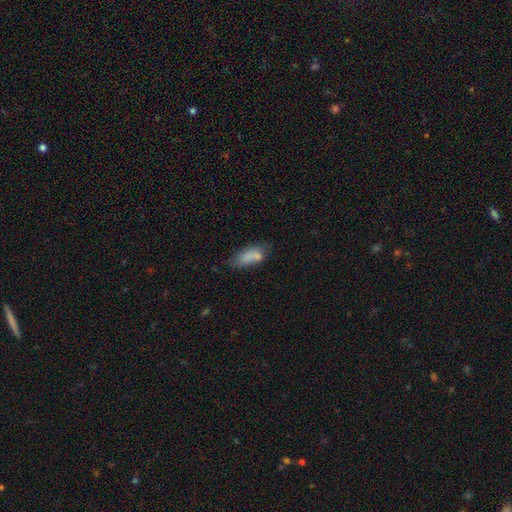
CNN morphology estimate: smooth 74%, featured or disk 15%, star or artifact 11%. Down the decision tree: how rounded — in between (73%); merging — none (50%).